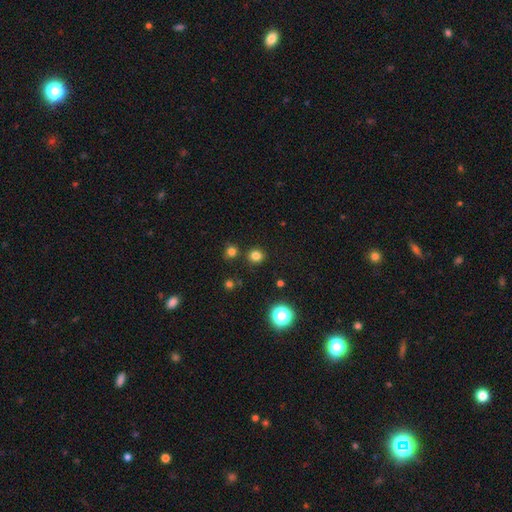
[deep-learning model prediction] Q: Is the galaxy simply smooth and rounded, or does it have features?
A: smooth — 79%.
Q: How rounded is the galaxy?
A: round — 90%.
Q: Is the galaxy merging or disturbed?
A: none — 86%.